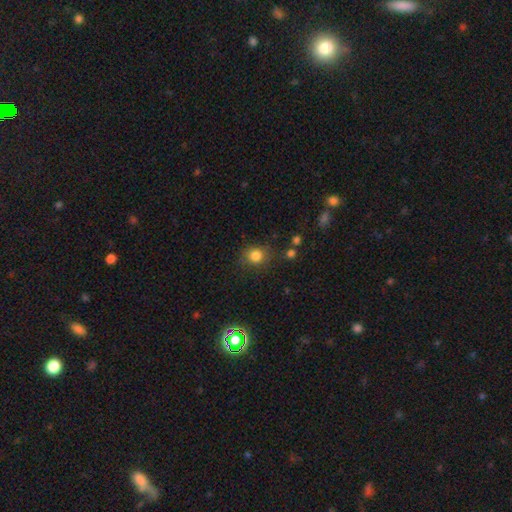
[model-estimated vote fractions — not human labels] Smooth or featured: smooth — 82% (star or artifact — 12%)
How rounded: round — 77% (in between — 22%)
Merging: none — 77% (minor disturbance — 15%)